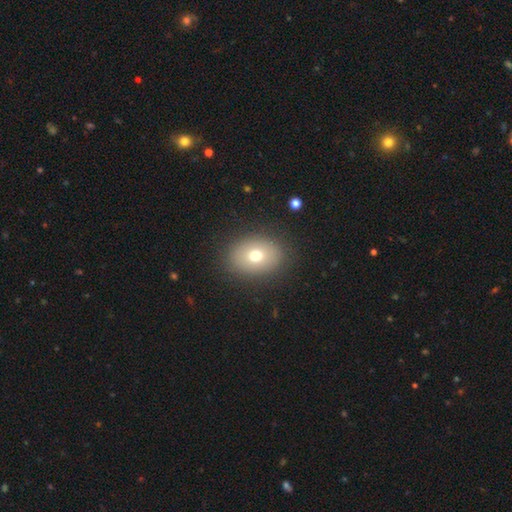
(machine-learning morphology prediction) smooth-or-featured: smooth: 70% | featured or disk: 17% | star or artifact: 13%
  how-rounded: in between: 59% | round: 40% | cigar-shaped: 1%
  merging: none: 86% | minor disturbance: 9% | major disturbance: 4% | merger: 1%